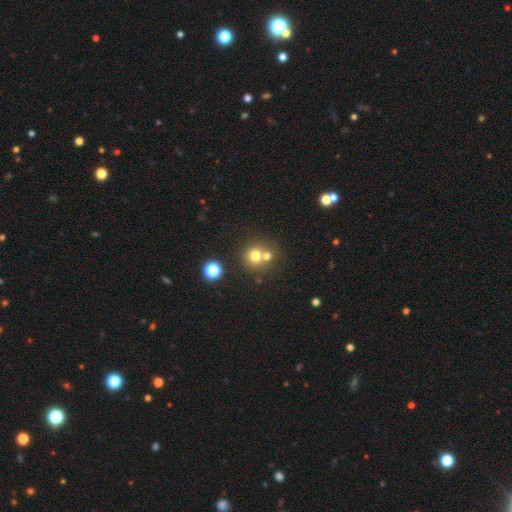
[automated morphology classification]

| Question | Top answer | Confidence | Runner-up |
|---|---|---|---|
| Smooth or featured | smooth | 70% | star or artifact (17%) |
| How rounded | round | 88% | in between (11%) |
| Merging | none | 50% | merger (40%) |